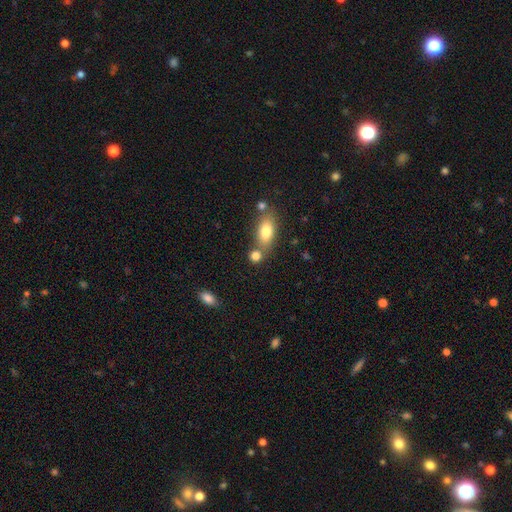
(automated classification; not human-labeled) smooth_or_featured: smooth (p=0.80) [alt: featured or disk p=0.10]
how_rounded: in between (p=0.52) [alt: round p=0.41]
merging: none (p=0.54) [alt: merger p=0.32]